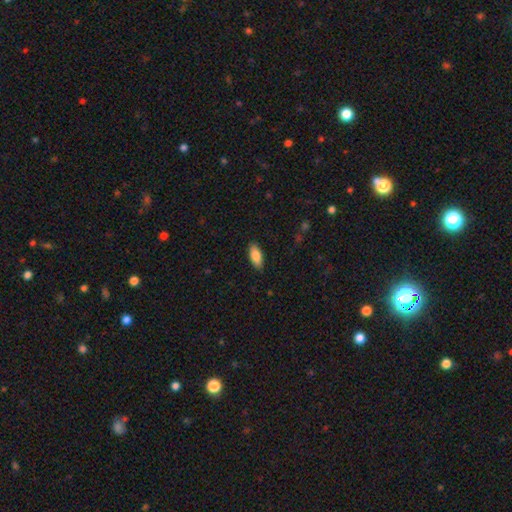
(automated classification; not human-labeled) Q: Smooth or featured?
A: smooth (84%); runner-up: featured or disk (10%)
Q: How rounded?
A: in between (84%); runner-up: cigar-shaped (14%)
Q: Merging?
A: none (87%); runner-up: minor disturbance (10%)